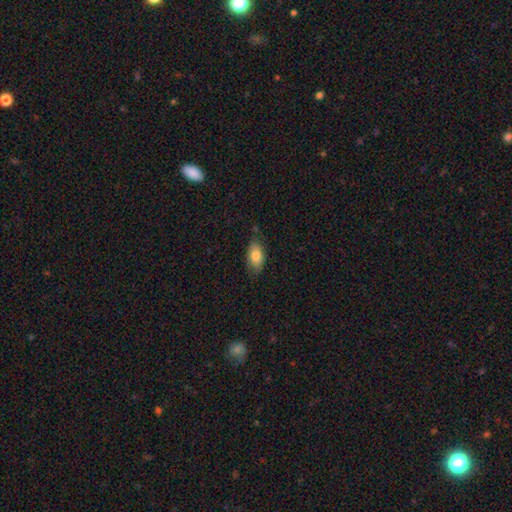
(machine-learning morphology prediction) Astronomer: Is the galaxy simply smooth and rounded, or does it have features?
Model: smooth — 79%.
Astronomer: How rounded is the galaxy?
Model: in between — 91%.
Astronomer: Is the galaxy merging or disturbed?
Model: none — 77%.